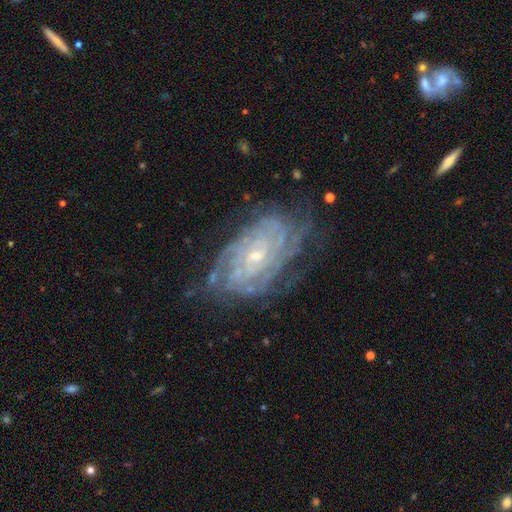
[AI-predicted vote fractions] This appears to be a featured or disk galaxy (85%) with no bar (60%), tight (76%) spiral arms (96%) and a small central bulge (71%). Merging: none (70%).